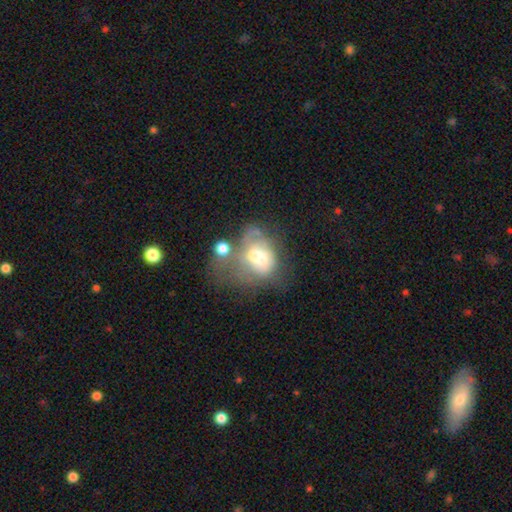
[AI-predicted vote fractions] Smooth or featured? Predicted: featured or disk (p=0.47). Merging? Predicted: merger (p=0.34).